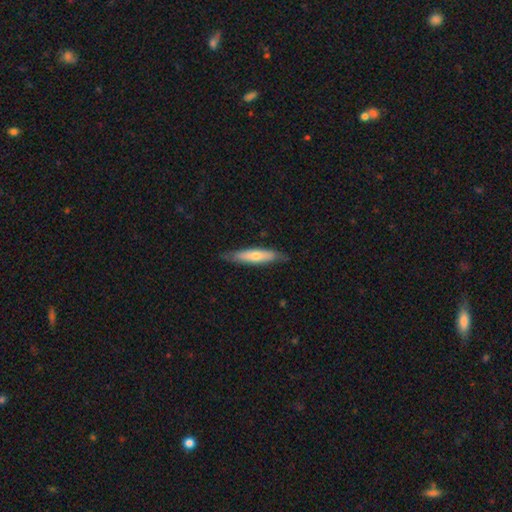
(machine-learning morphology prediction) Overall: smooth (52%; featured or disk 42%). How rounded: cigar-shaped (83%). Merging: none (80%).